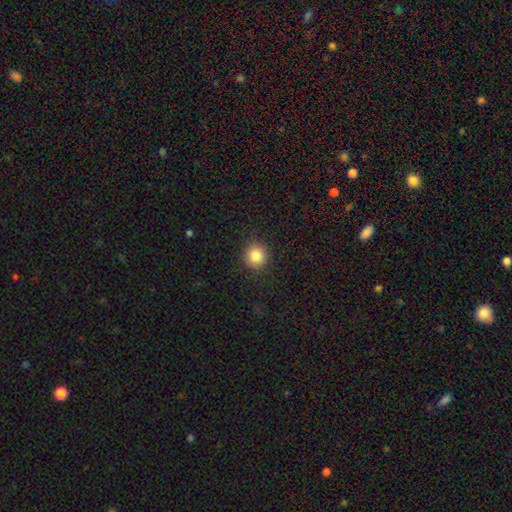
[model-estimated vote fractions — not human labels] smooth 85%, star or artifact 10%, featured or disk 5%. Down the decision tree: how rounded — round (92%); merging — none (90%).